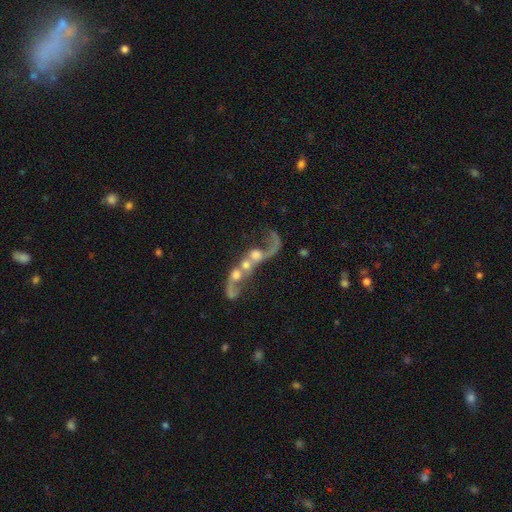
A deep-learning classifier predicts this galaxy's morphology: The model was most divided on "spiral arms": yes: 52%, no: 48%. Remaining: edge-on disk — no (91%); bar — no (75%); merging — merger (70%); smooth or featured — featured or disk (65%); bulge size — moderate (37%).